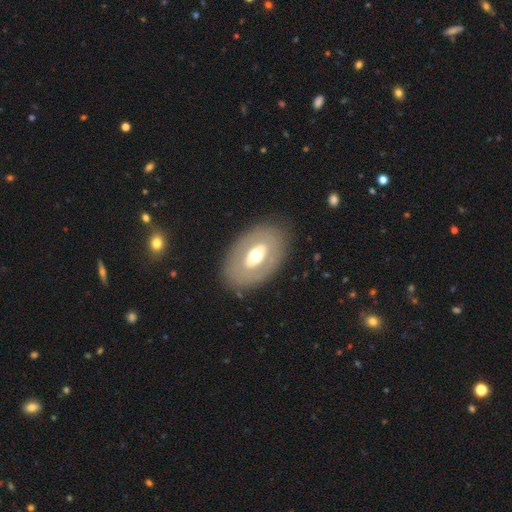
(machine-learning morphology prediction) type=featured or disk (56%); edge-on=no (89%); bar=no (46%); spiral arms=no (78%); bulge=moderate (72%); merging=none (85%).